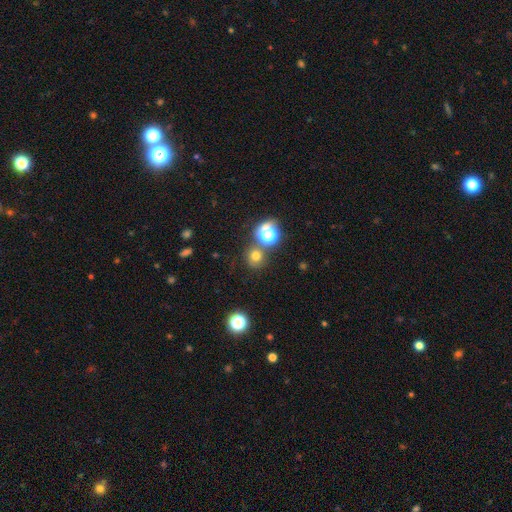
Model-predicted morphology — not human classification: type=smooth (65%); roundness=round (87%); merging=none (70%).